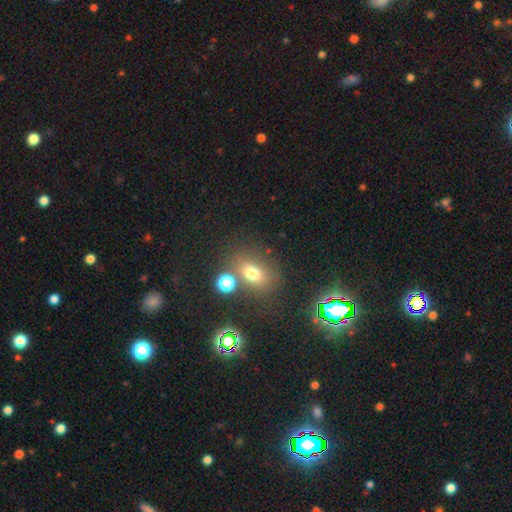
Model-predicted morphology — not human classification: star or artifact 47%, smooth 43%, featured or disk 10%.